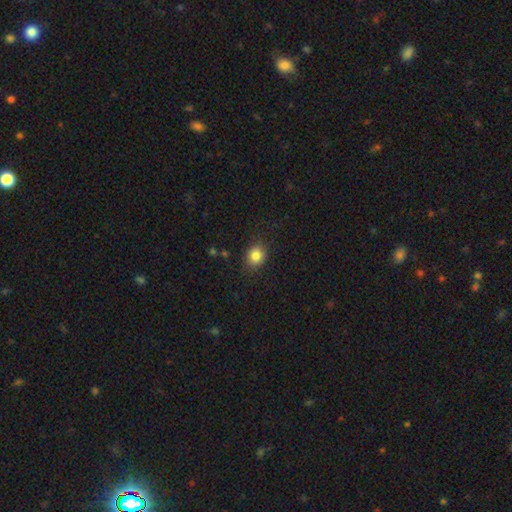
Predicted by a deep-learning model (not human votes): smooth-or-featured: smooth: 84% | star or artifact: 10% | featured or disk: 6%
  how-rounded: round: 66% | in between: 33% | cigar-shaped: 1%
  merging: none: 84% | minor disturbance: 12% | major disturbance: 3% | merger: 1%